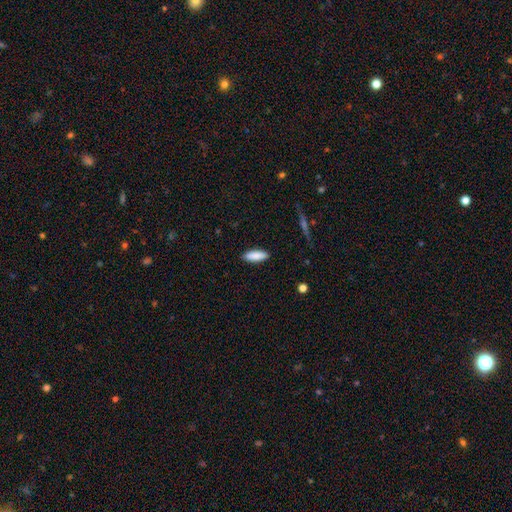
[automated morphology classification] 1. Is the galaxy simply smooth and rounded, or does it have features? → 87% smooth, 7% featured or disk, 6% star or artifact.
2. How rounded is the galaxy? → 55% in between, 43% cigar-shaped, 2% round.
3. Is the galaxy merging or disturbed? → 89% none, 8% minor disturbance, 2% major disturbance, 1% merger.